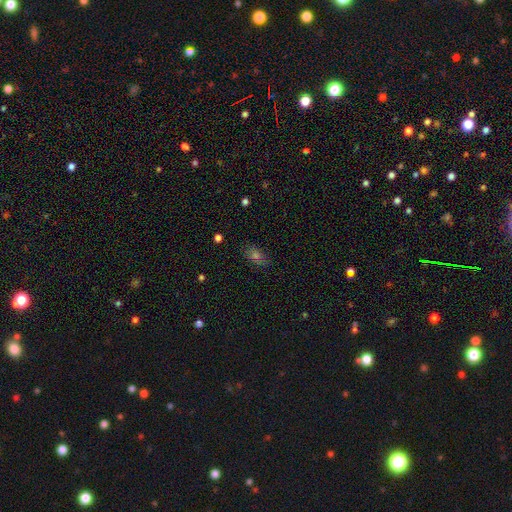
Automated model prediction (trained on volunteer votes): The model was most divided on "smooth or featured": smooth: 52%, star or artifact: 27%, featured or disk: 21%. More confident: merging — none (80%); how rounded — in between (78%).